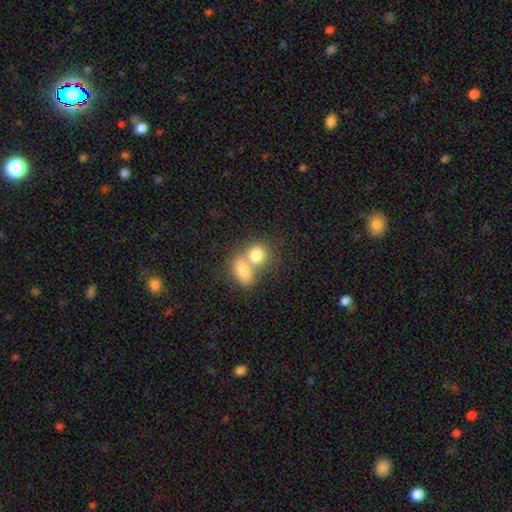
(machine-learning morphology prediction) type=smooth (78%); roundness=round (57%); merging=merger (60%).